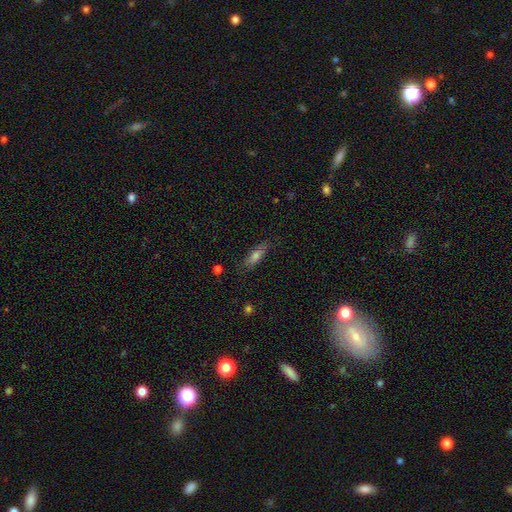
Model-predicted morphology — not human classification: A smooth galaxy with no disk features (64%) that is cigar-shaped (56%).

Vote fractions:
- Smooth or featured? smooth: 64% / featured or disk: 26% / star or artifact: 10%
- How rounded? cigar-shaped: 56% / in between: 41% / round: 3%
- Merging? none: 80% / minor disturbance: 15% / major disturbance: 3% / merger: 1%